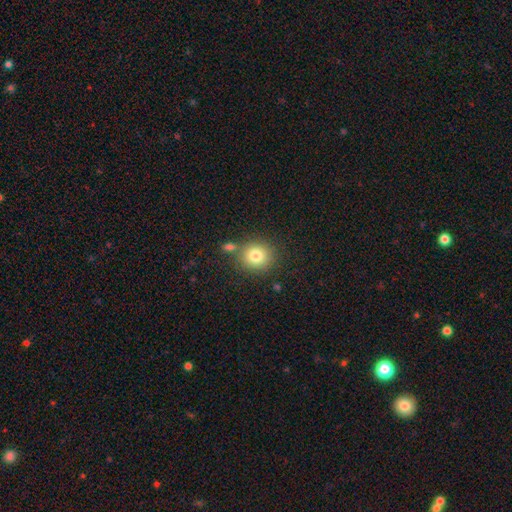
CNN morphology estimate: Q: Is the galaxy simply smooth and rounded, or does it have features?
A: smooth — 81%.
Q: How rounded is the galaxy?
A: round — 86%.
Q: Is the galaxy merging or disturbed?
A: none — 76%.